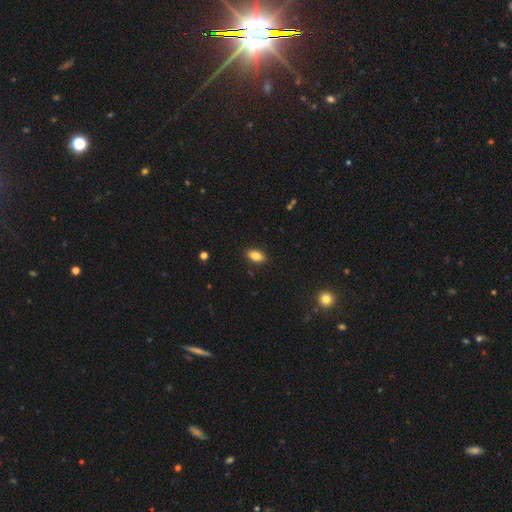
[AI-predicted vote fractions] A smooth galaxy with no disk features (82%) that is in between round and cigar-shaped (89%).

Vote fractions:
- Smooth or featured? smooth: 82% / featured or disk: 10% / star or artifact: 8%
- How rounded? in between: 89% / cigar-shaped: 6% / round: 5%
- Merging? none: 88% / minor disturbance: 9% / major disturbance: 2% / merger: 1%